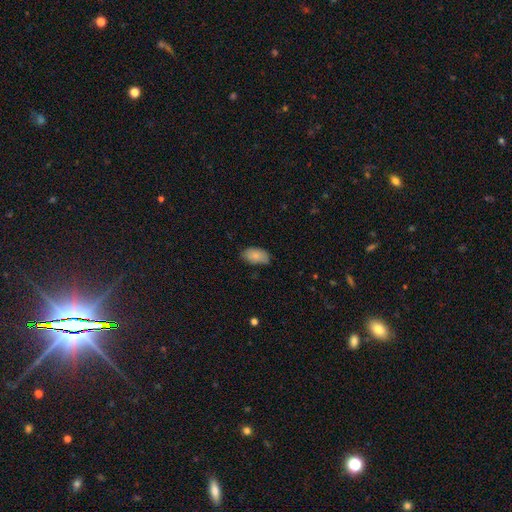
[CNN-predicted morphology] This is clearly a smooth galaxy (83%). How rounded: clearly in between (93%). Merging: likely none (75%).